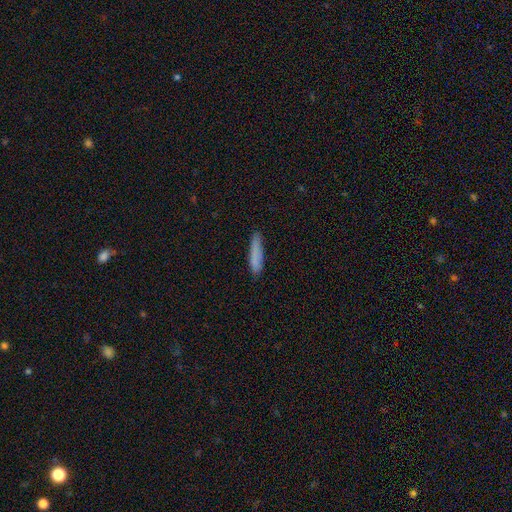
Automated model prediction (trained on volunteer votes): A smooth galaxy with no disk features (81%) that is cigar-shaped (87%).

Vote fractions:
- Smooth or featured? smooth: 81% / featured or disk: 12% / star or artifact: 7%
- How rounded? cigar-shaped: 87% / in between: 11% / round: 1%
- Merging? none: 83% / minor disturbance: 13% / major disturbance: 2% / merger: 1%